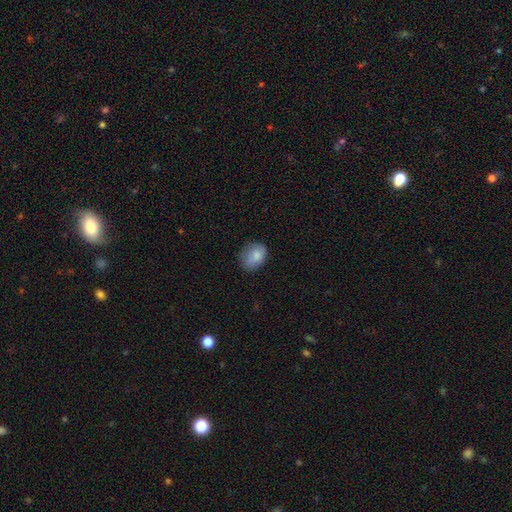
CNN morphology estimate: Overall: smooth (82%). How rounded: in between (64%; round 35%). Merging: none (67%).